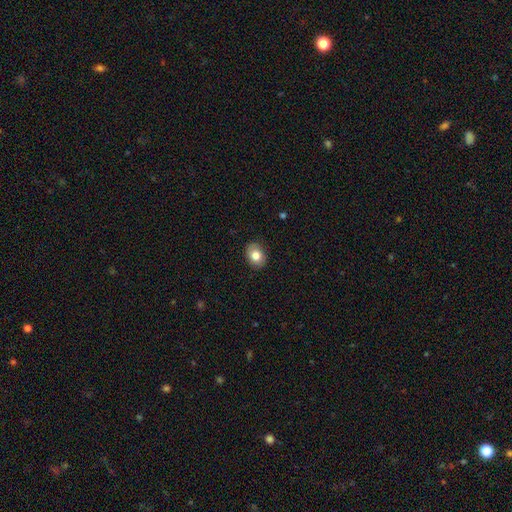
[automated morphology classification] Q: Smooth or featured?
A: smooth (79%); runner-up: featured or disk (12%)
Q: How rounded?
A: in between (60%); runner-up: round (39%)
Q: Merging?
A: none (85%); runner-up: minor disturbance (11%)